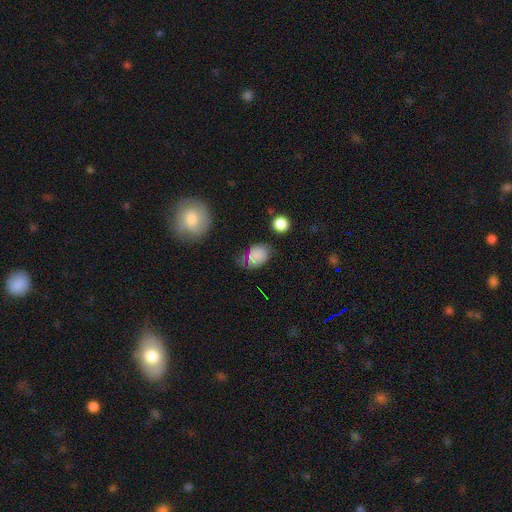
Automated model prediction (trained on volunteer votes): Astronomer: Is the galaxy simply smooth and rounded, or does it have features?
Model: smooth — 74%.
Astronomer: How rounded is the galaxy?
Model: in between — 73%.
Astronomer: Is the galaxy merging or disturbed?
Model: none — 54%.